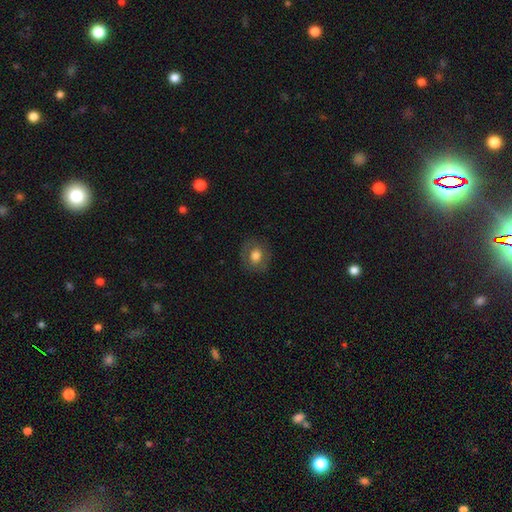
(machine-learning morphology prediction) smooth_or_featured: smooth (p=0.70) [alt: featured or disk p=0.21]
how_rounded: round (p=0.66) [alt: in between p=0.33]
merging: none (p=0.82) [alt: minor disturbance p=0.12]